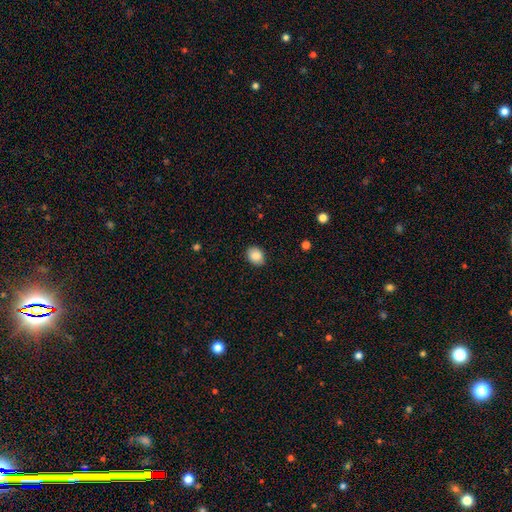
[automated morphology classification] A smooth galaxy with no disk features (87%) that is in between round and cigar-shaped (58%).

Vote fractions:
- Smooth or featured? smooth: 87% / star or artifact: 8% / featured or disk: 5%
- How rounded? in between: 58% / round: 41% / cigar-shaped: 1%
- Merging? none: 88% / minor disturbance: 9% / major disturbance: 2% / merger: 1%